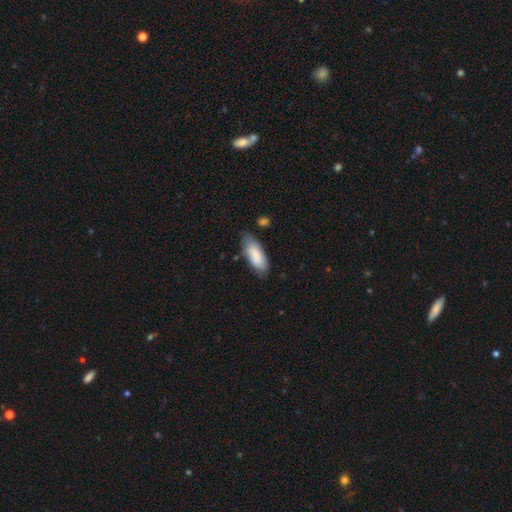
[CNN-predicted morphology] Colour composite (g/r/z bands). It shows a smooth galaxy with no disk features (85%) that is in between round and cigar-shaped (79%). Merging: none (70%).